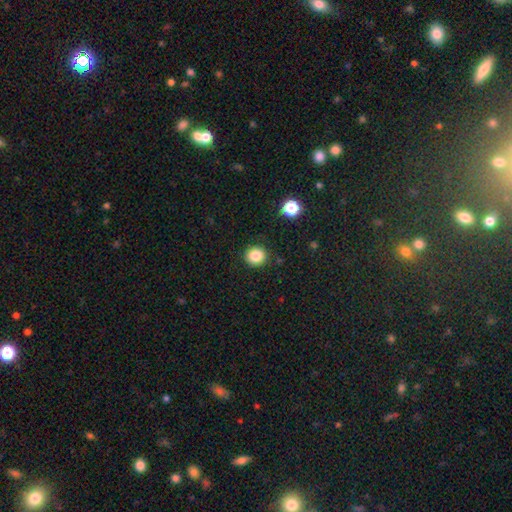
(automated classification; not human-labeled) Smooth or featured? Predicted: smooth (p=0.83). How rounded? Predicted: round (p=0.90). Merging? Predicted: none (p=0.91).